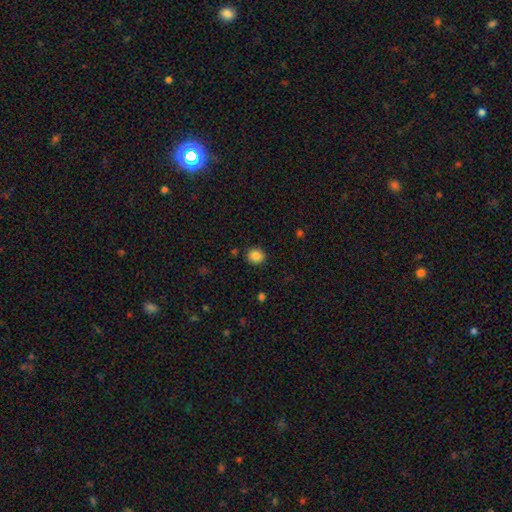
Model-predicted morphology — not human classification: Smooth or featured: smooth — 85% (star or artifact — 10%)
How rounded: round — 81% (in between — 18%)
Merging: none — 89% (minor disturbance — 7%)